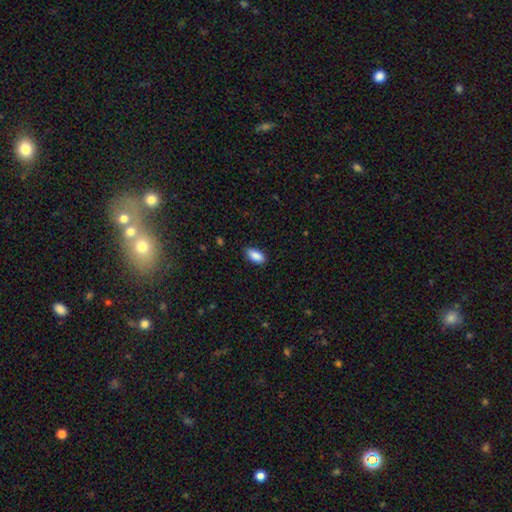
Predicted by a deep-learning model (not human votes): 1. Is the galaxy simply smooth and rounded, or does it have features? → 89% smooth, 7% star or artifact, 4% featured or disk.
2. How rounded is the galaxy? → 92% in between, 6% cigar-shaped, 3% round.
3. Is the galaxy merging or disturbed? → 86% none, 11% minor disturbance, 2% major disturbance, 1% merger.